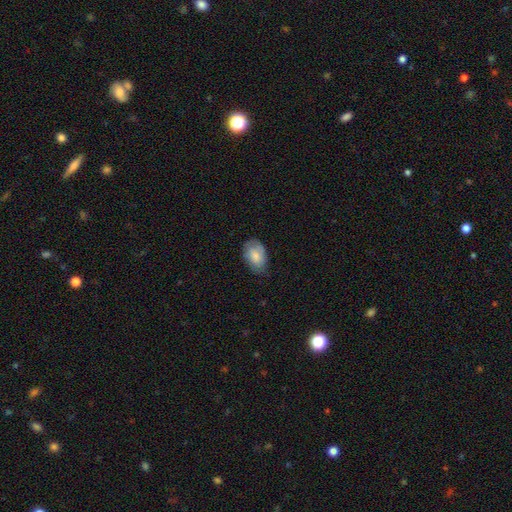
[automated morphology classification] smooth 76%, featured or disk 18%, star or artifact 7%. Down the decision tree: how rounded — in between (91%); merging — none (68%).